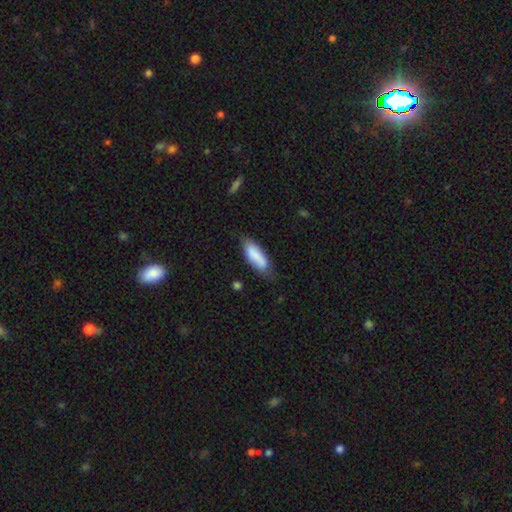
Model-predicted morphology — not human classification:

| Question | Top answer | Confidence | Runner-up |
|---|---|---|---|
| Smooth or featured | smooth | 81% | featured or disk (13%) |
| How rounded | in between | 61% | cigar-shaped (38%) |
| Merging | none | 62% | minor disturbance (28%) |